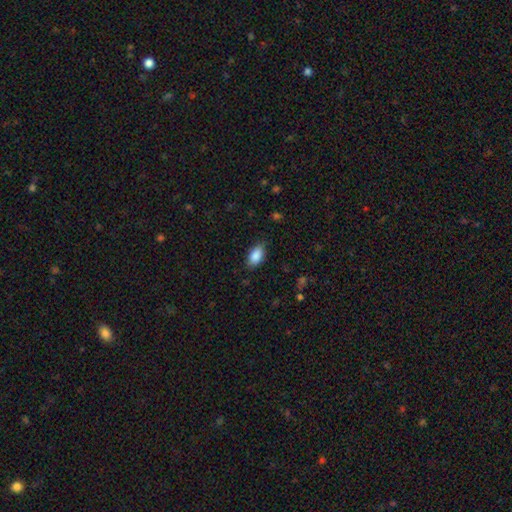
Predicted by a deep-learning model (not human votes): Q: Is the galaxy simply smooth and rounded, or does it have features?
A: smooth — 88%.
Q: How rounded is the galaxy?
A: in between — 92%.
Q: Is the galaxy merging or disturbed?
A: none — 83%.